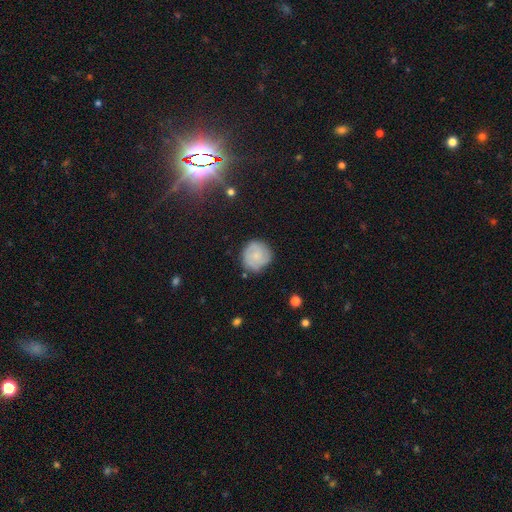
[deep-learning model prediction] Smooth or featured? Predicted: smooth (p=0.60). How rounded? Predicted: round (p=0.91). Merging? Predicted: none (p=0.76).